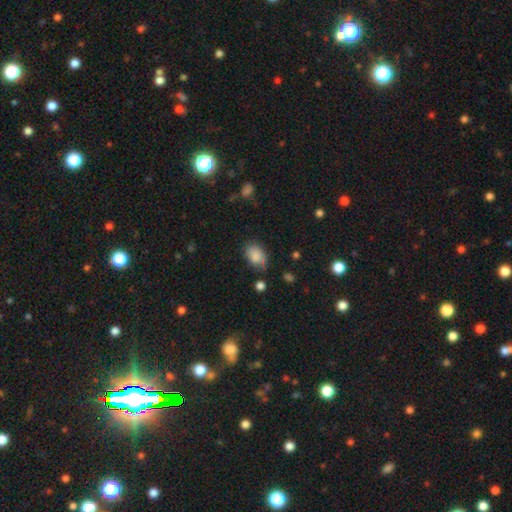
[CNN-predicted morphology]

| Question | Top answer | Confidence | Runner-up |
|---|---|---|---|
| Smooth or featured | smooth | 83% | star or artifact (9%) |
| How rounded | in between | 80% | round (19%) |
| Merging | none | 62% | minor disturbance (28%) |